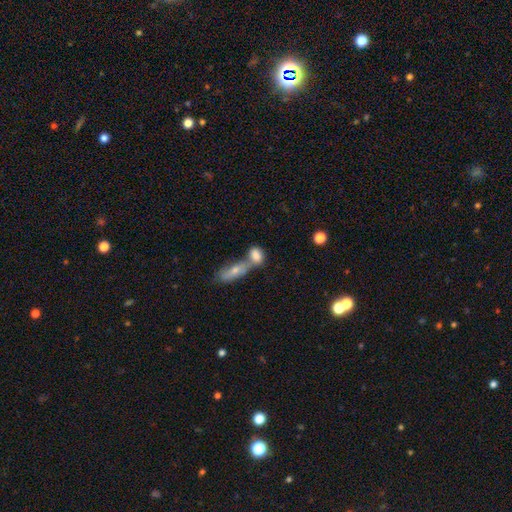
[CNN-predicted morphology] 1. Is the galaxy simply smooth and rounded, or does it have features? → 78% smooth, 14% featured or disk, 8% star or artifact.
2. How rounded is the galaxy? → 74% in between, 16% round, 10% cigar-shaped.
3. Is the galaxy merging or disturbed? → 59% merger, 28% none, 9% minor disturbance, 5% major disturbance.